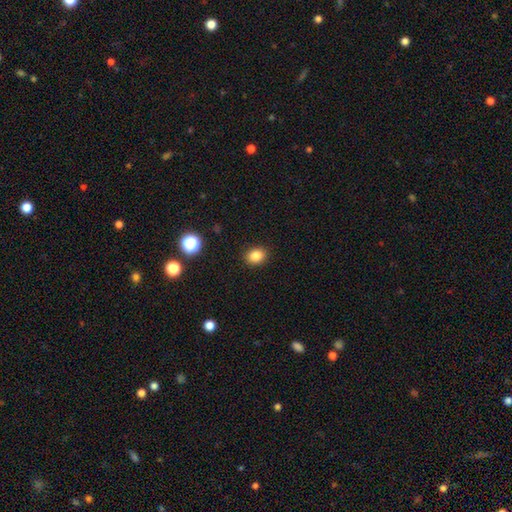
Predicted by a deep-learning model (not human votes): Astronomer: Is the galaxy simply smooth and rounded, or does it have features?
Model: smooth — 84%.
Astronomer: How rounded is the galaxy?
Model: round — 51% (runner-up: in between, 48%).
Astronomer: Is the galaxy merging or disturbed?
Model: none — 90%.